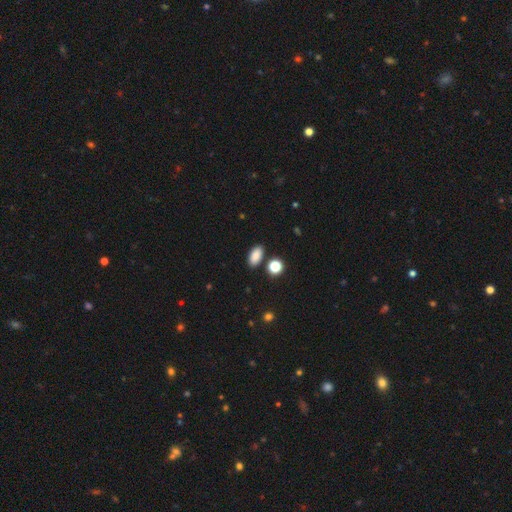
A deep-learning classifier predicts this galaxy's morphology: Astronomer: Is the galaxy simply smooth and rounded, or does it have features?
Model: smooth — 86%.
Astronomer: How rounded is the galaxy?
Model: in between — 90%.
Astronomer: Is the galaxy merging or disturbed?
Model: none — 83%.